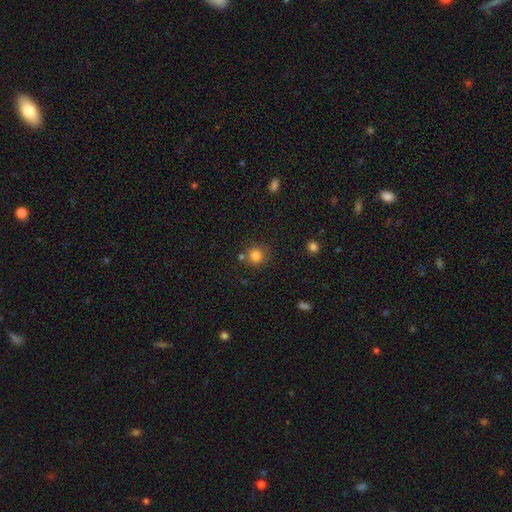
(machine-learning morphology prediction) smooth-or-featured: smooth: 82% | star or artifact: 12% | featured or disk: 6%
  how-rounded: round: 90% | in between: 9% | cigar-shaped: 1%
  merging: none: 75% | merger: 12% | minor disturbance: 10% | major disturbance: 3%